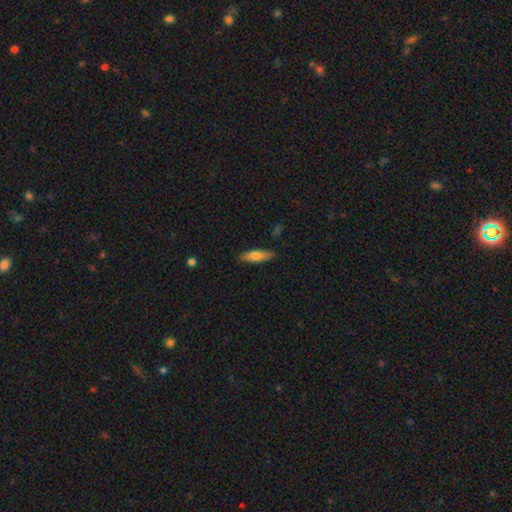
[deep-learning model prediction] Smooth or featured: smooth — 74% (featured or disk — 20%)
How rounded: cigar-shaped — 56% (in between — 42%)
Merging: none — 82% (minor disturbance — 14%)